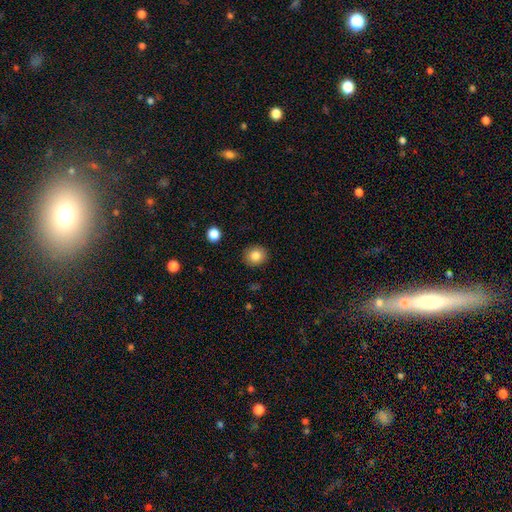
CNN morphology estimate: Overall: smooth (83%). How rounded: round (78%). Merging: none (90%).